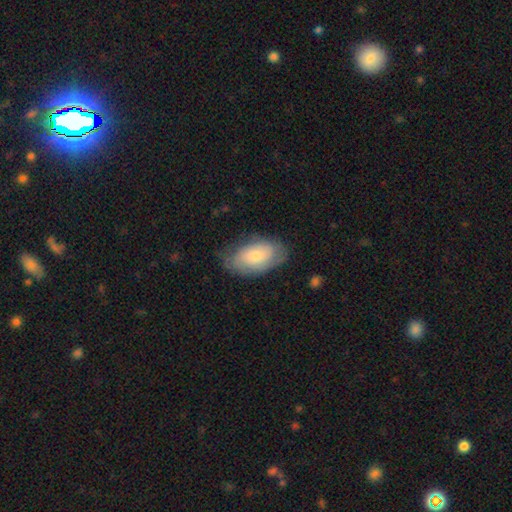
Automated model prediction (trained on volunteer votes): Overall: smooth (57%; featured or disk 36%). How rounded: in between (93%). Merging: none (69%).